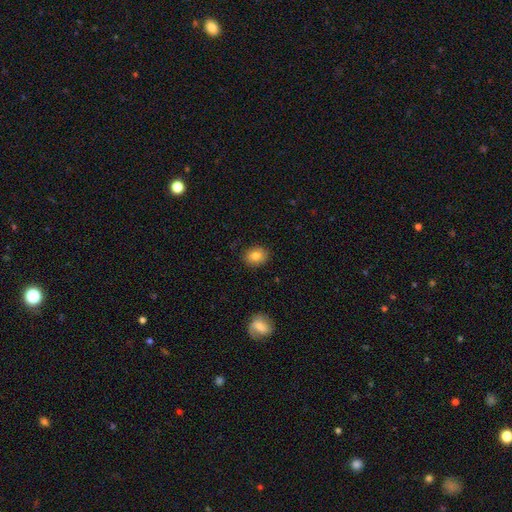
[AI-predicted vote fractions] smooth_or_featured: smooth (p=0.82) [alt: star or artifact p=0.09]
how_rounded: in between (p=0.54) [alt: round p=0.45]
merging: none (p=0.88) [alt: minor disturbance p=0.09]